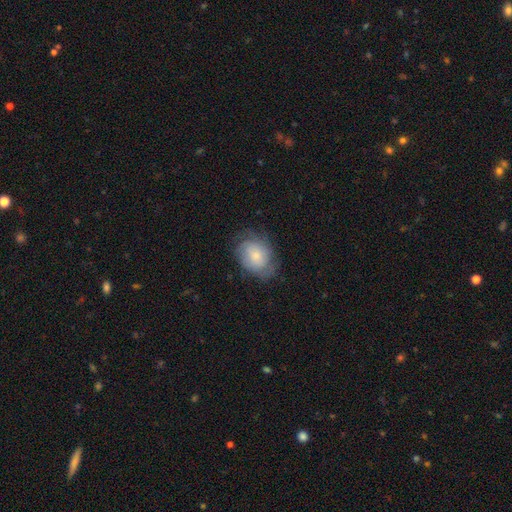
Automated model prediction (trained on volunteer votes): This appears to be a smooth galaxy with no disk features (57%) that is in between round and cigar-shaped (61%). Merging: none (62%).